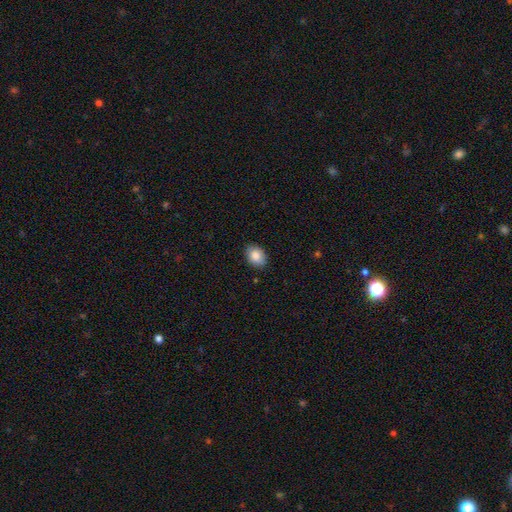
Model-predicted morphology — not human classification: smooth_or_featured: smooth (p=0.86) [alt: star or artifact p=0.08]
how_rounded: in between (p=0.73) [alt: round p=0.26]
merging: none (p=0.87) [alt: minor disturbance p=0.10]